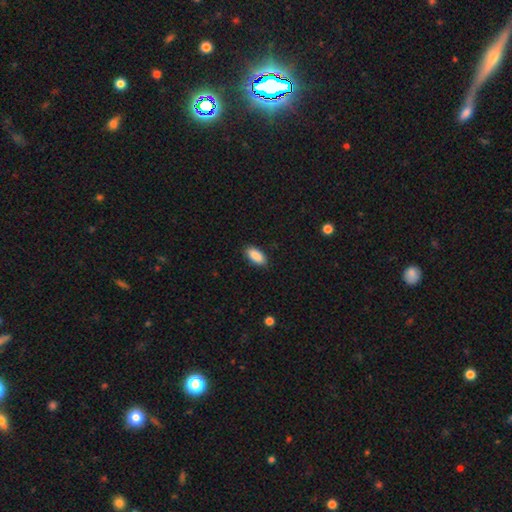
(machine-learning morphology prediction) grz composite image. It shows a smooth galaxy with no disk features (89%) that is in between round and cigar-shaped (92%). Merging: none (89%).